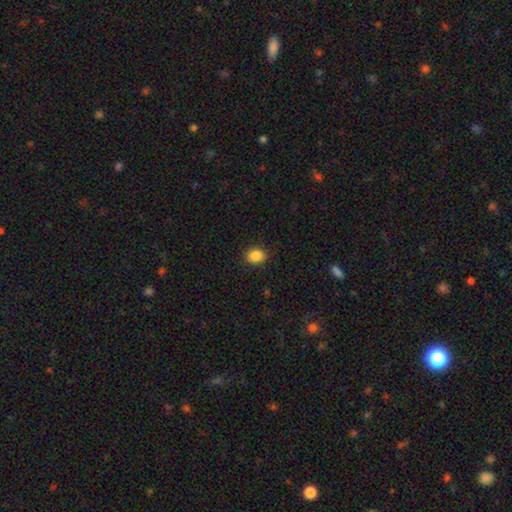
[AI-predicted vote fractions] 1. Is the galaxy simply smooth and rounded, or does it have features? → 87% smooth, 10% star or artifact, 3% featured or disk.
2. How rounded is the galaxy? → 63% round, 36% in between, 1% cigar-shaped.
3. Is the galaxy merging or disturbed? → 90% none, 7% minor disturbance, 2% major disturbance, 1% merger.